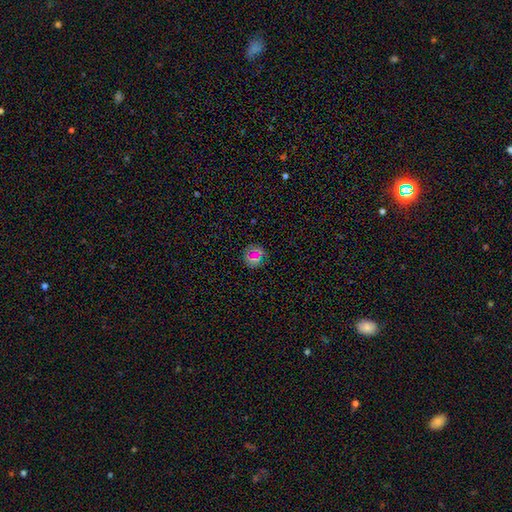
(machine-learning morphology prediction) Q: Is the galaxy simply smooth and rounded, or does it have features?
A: smooth — 61%.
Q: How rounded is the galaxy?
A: round — 93%.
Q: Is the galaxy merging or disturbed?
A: none — 85%.